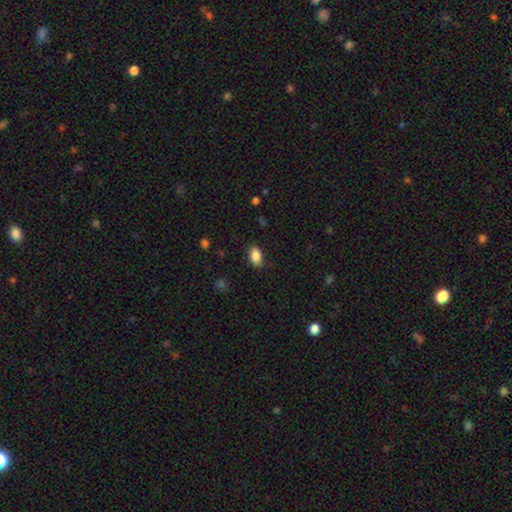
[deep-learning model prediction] Overall: smooth (87%). How rounded: in between (90%). Merging: none (85%).